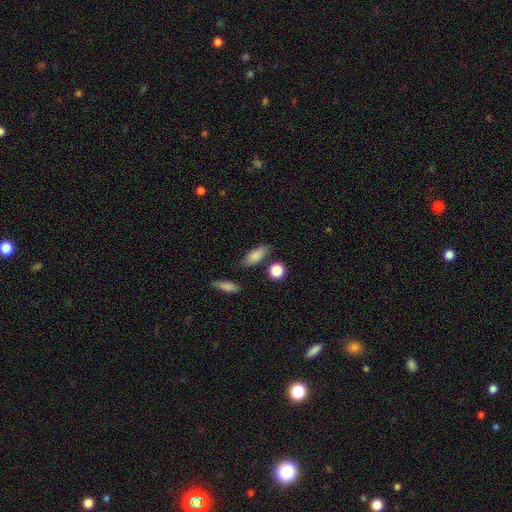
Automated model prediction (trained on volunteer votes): The model was most divided on "merging": none: 75%, minor disturbance: 15%, merger: 6%, major disturbance: 4%. More confident: smooth or featured — smooth (85%); how rounded — in between (76%).